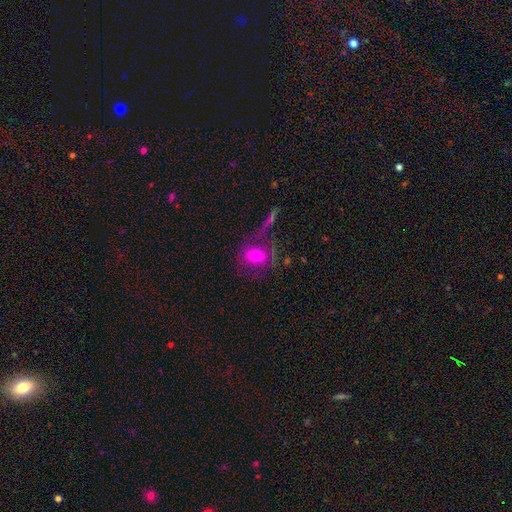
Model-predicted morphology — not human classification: Smooth or featured? Predicted: smooth (p=0.66). How rounded? Predicted: in between (p=0.51). Merging? Predicted: none (p=0.54).